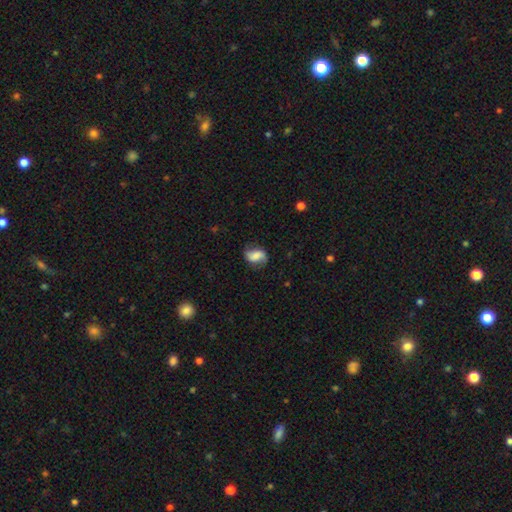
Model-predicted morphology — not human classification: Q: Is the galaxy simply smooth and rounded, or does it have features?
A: featured or disk — 50%.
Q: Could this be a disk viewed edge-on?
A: no — 96%.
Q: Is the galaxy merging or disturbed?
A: none — 71%.